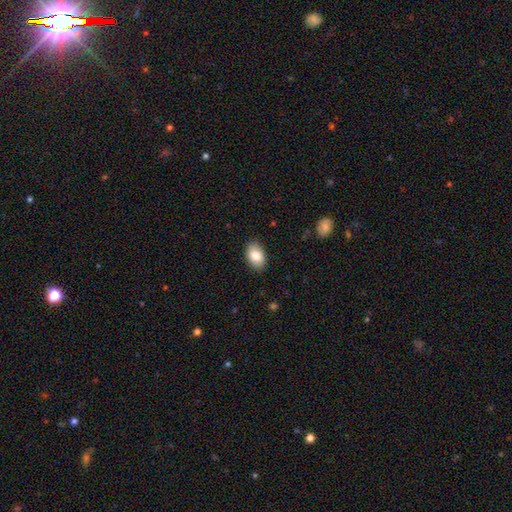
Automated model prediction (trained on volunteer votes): smooth 84%, featured or disk 10%, star or artifact 7%. Down the decision tree: how rounded — in between (88%); merging — none (87%).